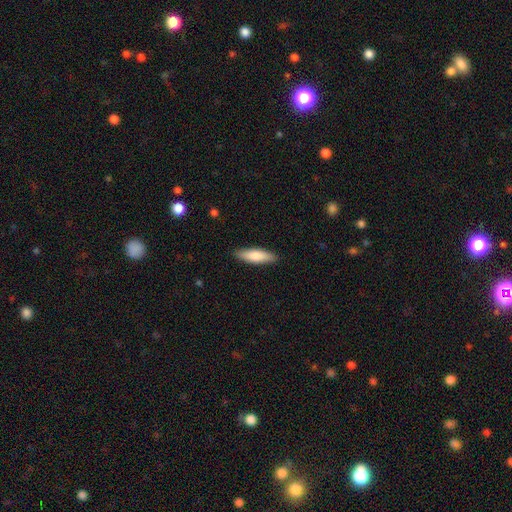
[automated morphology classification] Q: Smooth or featured?
A: smooth (79%); runner-up: featured or disk (16%)
Q: How rounded?
A: cigar-shaped (60%); runner-up: in between (38%)
Q: Merging?
A: none (89%); runner-up: minor disturbance (8%)